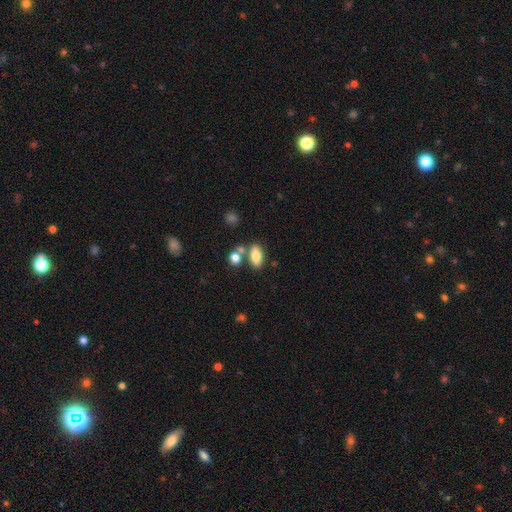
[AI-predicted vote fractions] The model was most divided on "merging": none: 65%, merger: 20%, minor disturbance: 11%, major disturbance: 4%. More confident: how rounded — in between (87%); smooth or featured — smooth (80%).